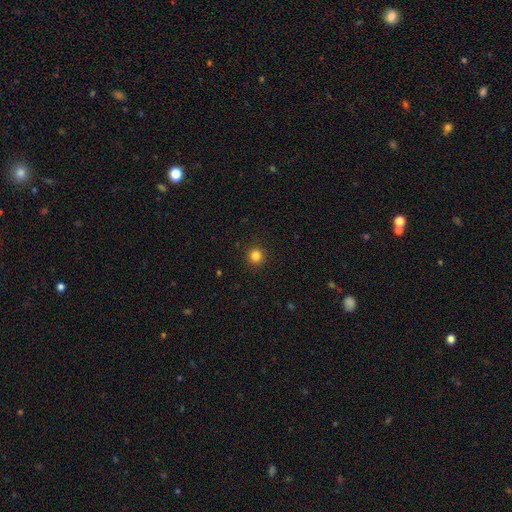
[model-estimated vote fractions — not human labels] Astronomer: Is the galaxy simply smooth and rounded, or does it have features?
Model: smooth — 84%.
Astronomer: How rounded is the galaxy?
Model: round — 95%.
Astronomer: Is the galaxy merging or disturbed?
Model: none — 92%.